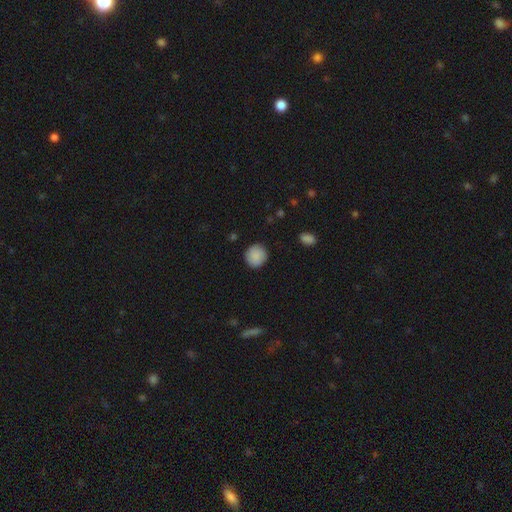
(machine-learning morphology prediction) smooth-or-featured: smooth: 88% | star or artifact: 7% | featured or disk: 5%
  how-rounded: round: 91% | in between: 8% | cigar-shaped: 1%
  merging: none: 88% | minor disturbance: 8% | major disturbance: 2% | merger: 1%